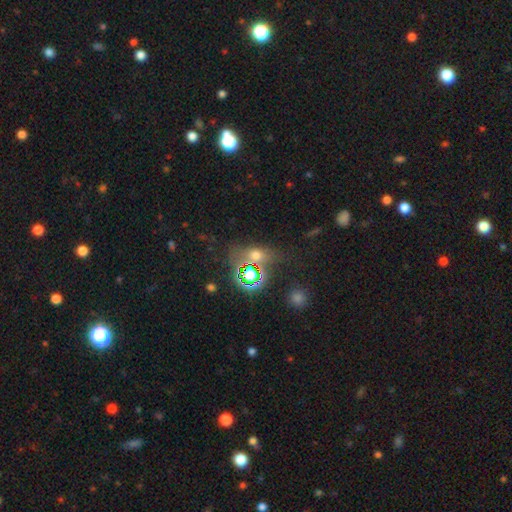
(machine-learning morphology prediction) Smooth or featured? Predicted: smooth (p=0.47). Merging? Predicted: none (p=0.67).